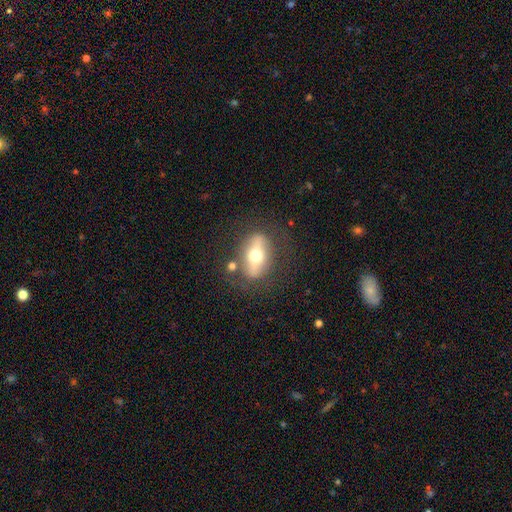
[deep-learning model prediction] This appears to be a featured or disk galaxy (50%). Merging: none (73%).